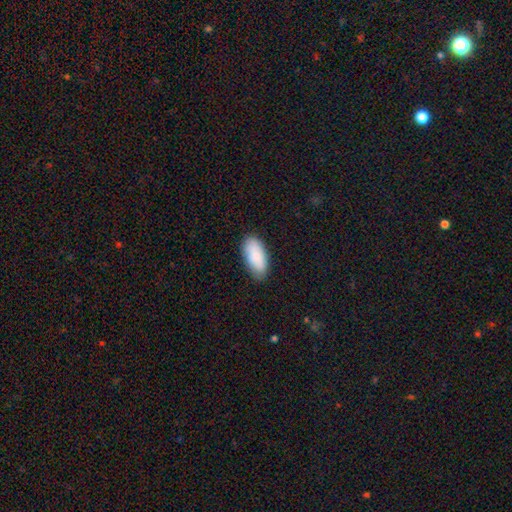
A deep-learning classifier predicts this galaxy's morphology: type=smooth (86%); roundness=in between (92%); merging=none (81%).